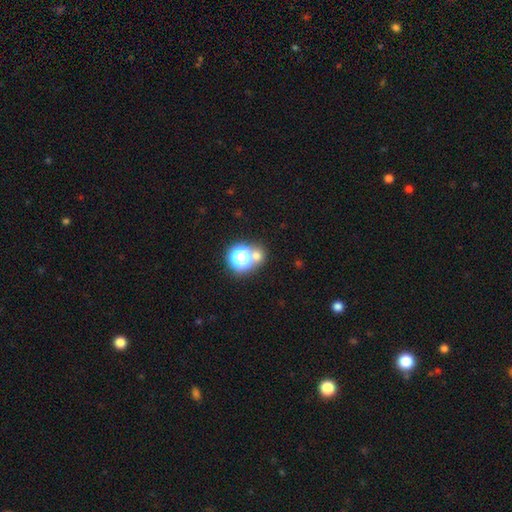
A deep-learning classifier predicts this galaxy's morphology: smooth_or_featured: smooth (p=0.58) [alt: star or artifact p=0.33]
how_rounded: round (p=0.82) [alt: in between p=0.17]
merging: none (p=0.59) [alt: merger p=0.29]